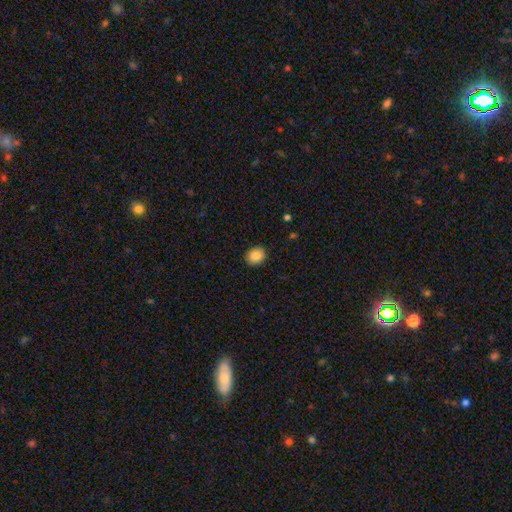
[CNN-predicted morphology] Smooth or featured: smooth — 86% (star or artifact — 9%)
How rounded: round — 64% (in between — 35%)
Merging: none — 89% (minor disturbance — 8%)